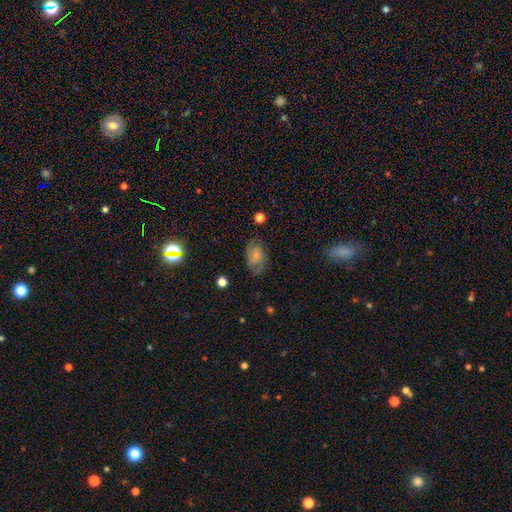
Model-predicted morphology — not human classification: Q: Smooth or featured?
A: smooth (56%); runner-up: featured or disk (35%)
Q: How rounded?
A: in between (84%); runner-up: round (14%)
Q: Merging?
A: none (67%); runner-up: minor disturbance (22%)